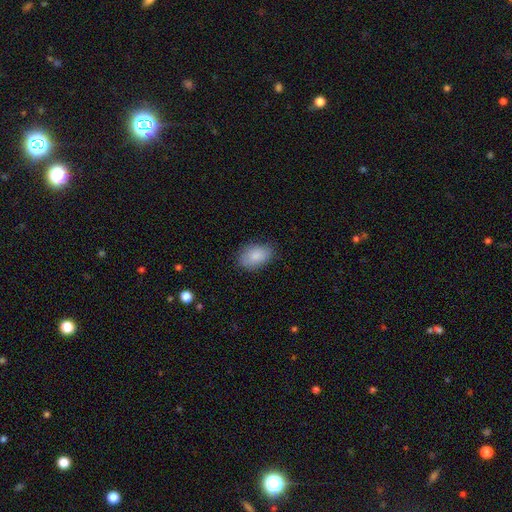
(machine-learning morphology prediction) The model was most divided on "merging": none: 79%, minor disturbance: 16%, major disturbance: 4%, merger: 1%. More confident: how rounded — in between (88%); smooth or featured — smooth (87%).